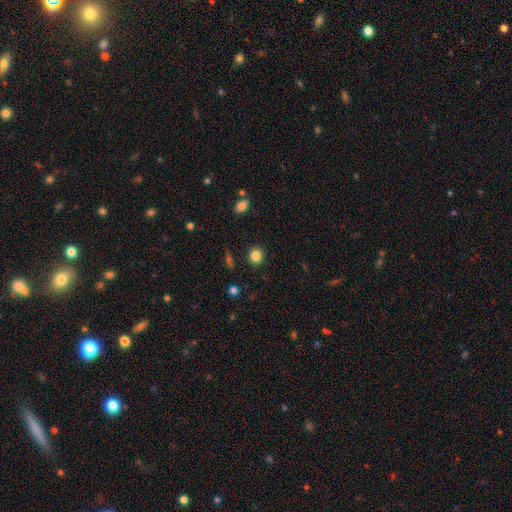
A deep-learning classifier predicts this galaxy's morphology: smooth 84%, star or artifact 11%, featured or disk 5%. Down the decision tree: how rounded — round (82%); merging — none (90%).